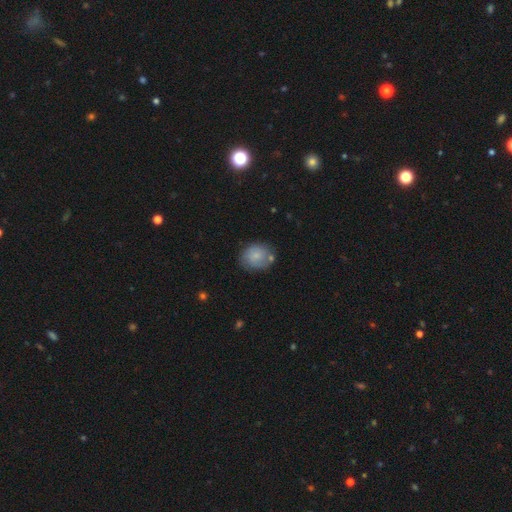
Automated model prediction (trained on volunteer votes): This is likely a smooth galaxy (73%). How rounded: likely round (65%). Merging: likely none (64%).